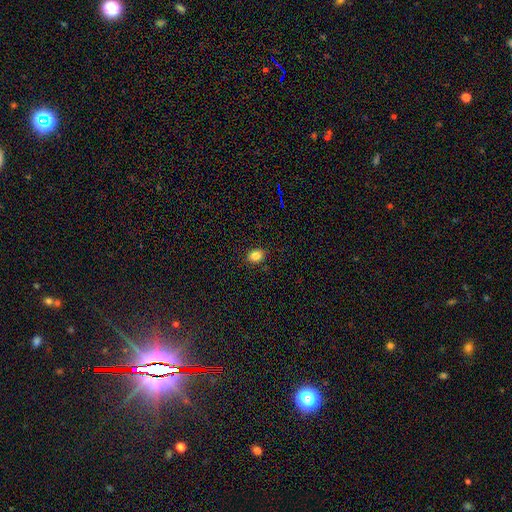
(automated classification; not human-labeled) This is clearly a smooth galaxy (84%). How rounded: possibly in between (54%). Merging: clearly none (88%).